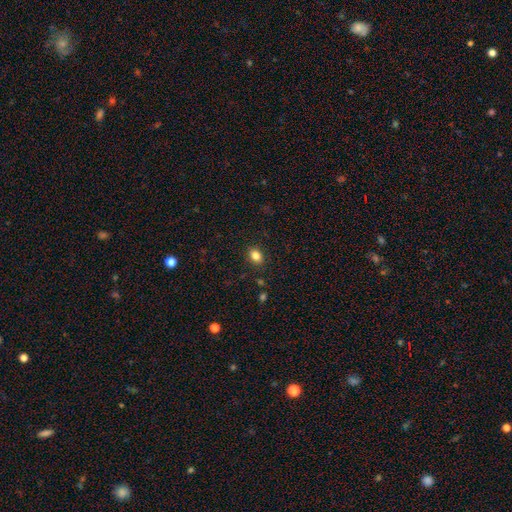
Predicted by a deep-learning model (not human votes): Morphology: type=smooth (83%); roundness=in between (63%); merging=none (88%).